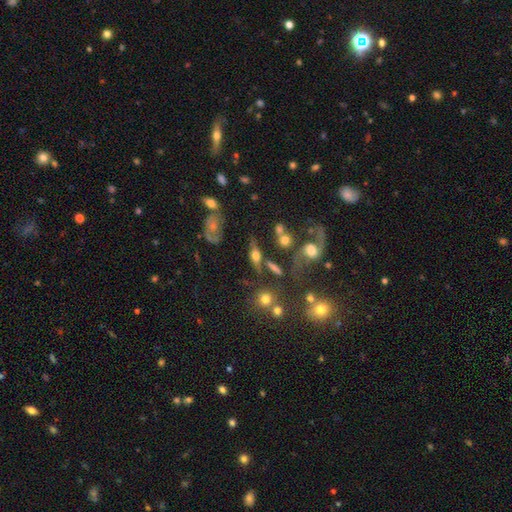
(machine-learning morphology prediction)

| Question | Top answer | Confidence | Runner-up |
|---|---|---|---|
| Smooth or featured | featured or disk | 56% | smooth (32%) |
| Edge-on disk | yes | 73% | no (27%) |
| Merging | none | 61% | minor disturbance (17%) |